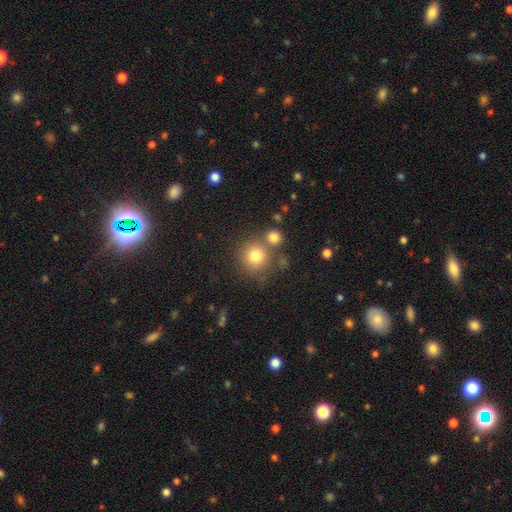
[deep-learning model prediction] A smooth galaxy with no disk features (79%) that is round (91%).

Vote fractions:
- Smooth or featured? smooth: 79% / star or artifact: 12% / featured or disk: 9%
- How rounded? round: 91% / in between: 8% / cigar-shaped: 1%
- Merging? none: 65% / merger: 21% / minor disturbance: 10% / major disturbance: 4%